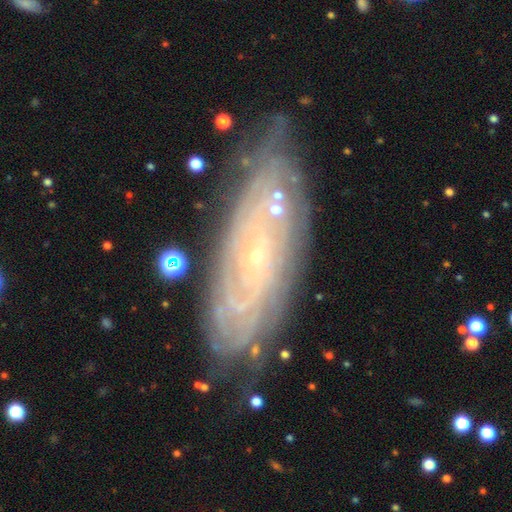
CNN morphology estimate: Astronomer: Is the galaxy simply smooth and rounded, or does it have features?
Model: featured or disk — 82%.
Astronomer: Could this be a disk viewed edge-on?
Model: no — 87%.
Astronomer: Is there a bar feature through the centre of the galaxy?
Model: no — 78%.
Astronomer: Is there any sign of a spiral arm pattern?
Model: yes — 93%.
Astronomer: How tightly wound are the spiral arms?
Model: tight — 82%.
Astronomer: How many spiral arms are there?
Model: can't tell — 53%.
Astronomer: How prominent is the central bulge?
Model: small — 88%.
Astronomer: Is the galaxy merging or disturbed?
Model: none — 78%.